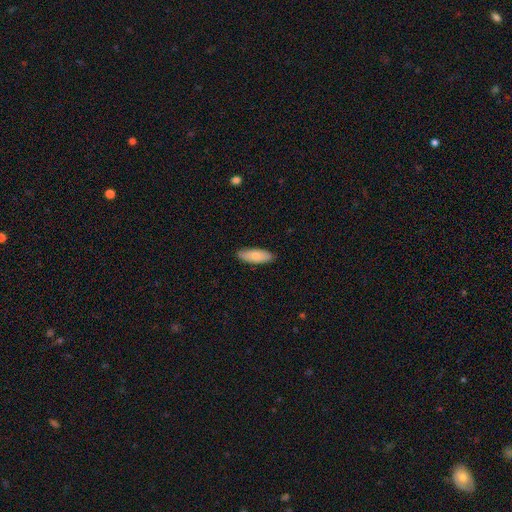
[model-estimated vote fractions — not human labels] smooth 78%, featured or disk 16%, star or artifact 6%. Down the decision tree: how rounded — in between (73%); merging — none (86%).